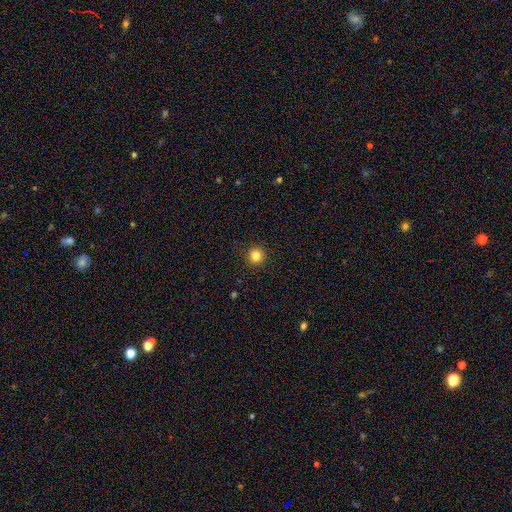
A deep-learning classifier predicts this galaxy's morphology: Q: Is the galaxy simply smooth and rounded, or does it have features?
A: smooth — 84%.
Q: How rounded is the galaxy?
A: round — 94%.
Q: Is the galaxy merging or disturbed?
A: none — 93%.